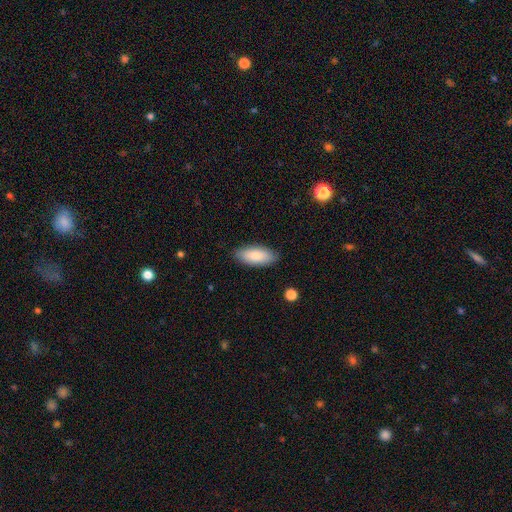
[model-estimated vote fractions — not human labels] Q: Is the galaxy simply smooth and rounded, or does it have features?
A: smooth — 85%.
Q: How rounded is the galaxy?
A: in between — 84%.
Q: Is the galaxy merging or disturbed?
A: none — 86%.